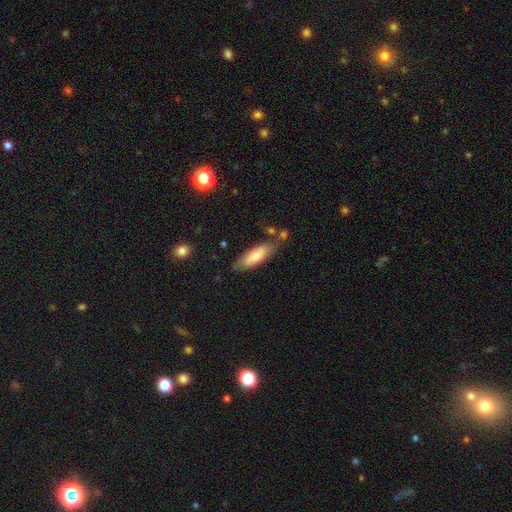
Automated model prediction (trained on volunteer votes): Smooth or featured?
  - smooth: 71% *
  - featured or disk: 24%
  - star or artifact: 6%
How rounded?
  - in between: 57% *
  - cigar-shaped: 42%
  - round: 2%
Merging?
  - none: 67% *
  - minor disturbance: 20%
  - merger: 7%
  - major disturbance: 5%